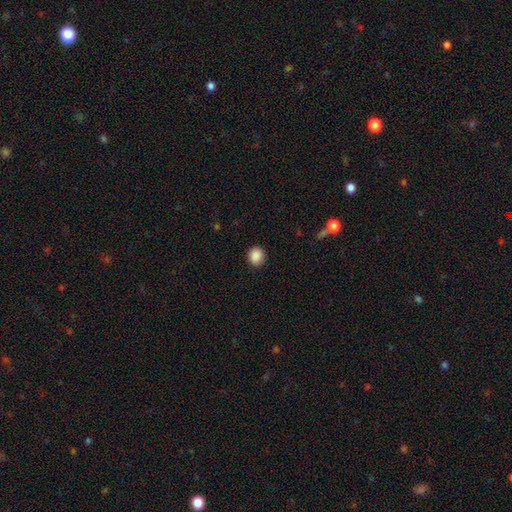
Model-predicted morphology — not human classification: Overall: smooth (89%). How rounded: round (73%). Merging: none (89%).